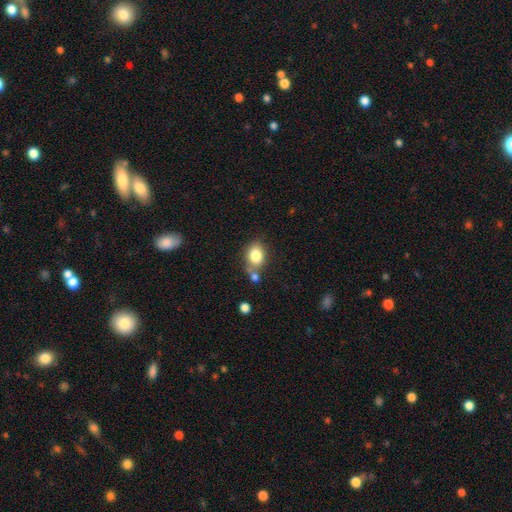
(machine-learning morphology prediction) Smooth or featured?
  - smooth: 81% *
  - featured or disk: 10%
  - star or artifact: 9%
How rounded?
  - in between: 59% *
  - round: 40%
  - cigar-shaped: 1%
Merging?
  - none: 58% *
  - merger: 20%
  - minor disturbance: 16%
  - major disturbance: 5%